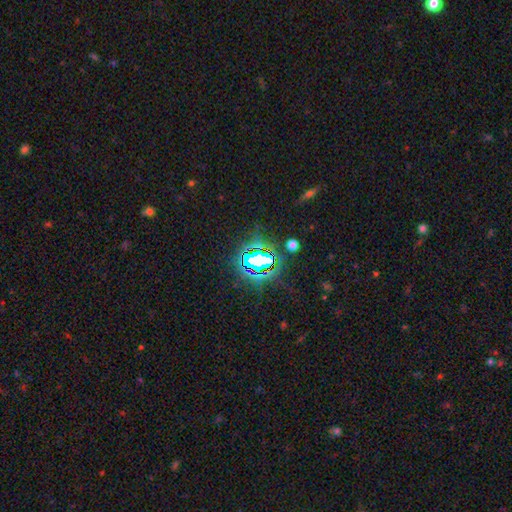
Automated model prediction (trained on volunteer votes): Smooth or featured?
  - star or artifact: 76% *
  - smooth: 14%
  - featured or disk: 10%